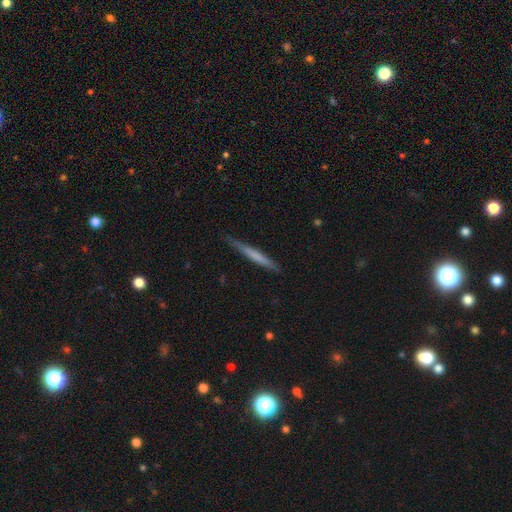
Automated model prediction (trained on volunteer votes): The model was most divided on "smooth or featured": smooth: 56%, featured or disk: 39%, star or artifact: 6%. More confident: how rounded — cigar-shaped (96%); merging — none (84%).